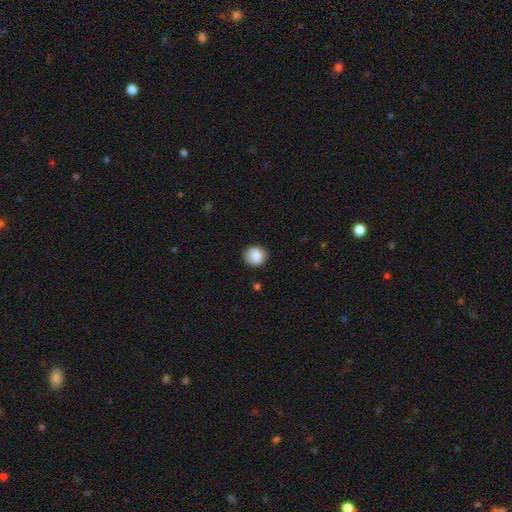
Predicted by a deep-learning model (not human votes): Smooth or featured? smooth (86%)
How rounded? round (81%)
Merging? none (84%)